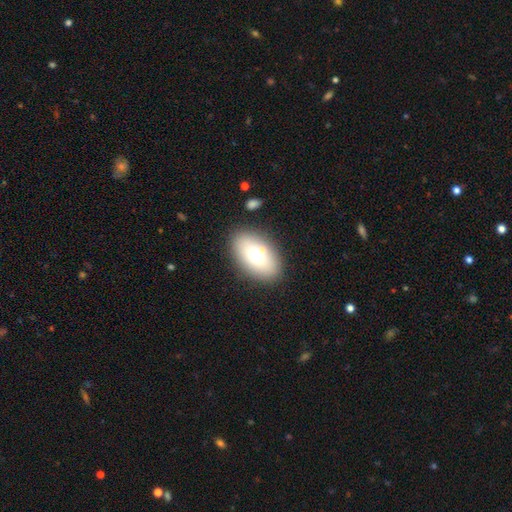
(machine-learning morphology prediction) Smooth or featured? Predicted: smooth (p=0.72). How rounded? Predicted: in between (p=0.91). Merging? Predicted: none (p=0.77).